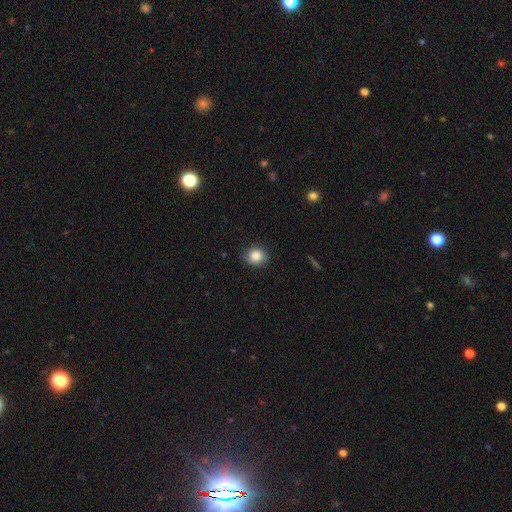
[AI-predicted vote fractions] smooth-or-featured: smooth: 86% | star or artifact: 9% | featured or disk: 5%
  how-rounded: round: 76% | in between: 23% | cigar-shaped: 1%
  merging: none: 82% | minor disturbance: 15% | major disturbance: 3% | merger: 1%